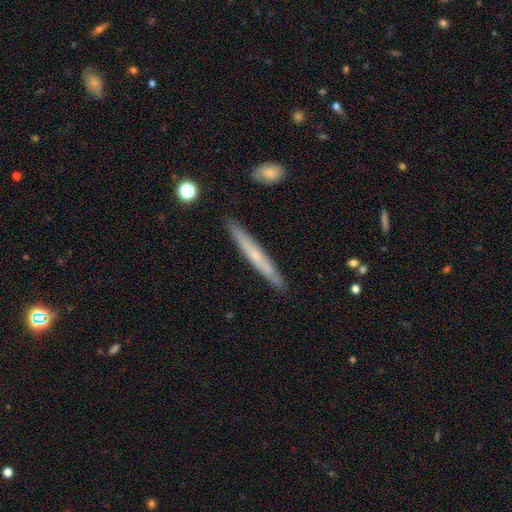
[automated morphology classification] featured or disk 49%, smooth 45%, star or artifact 6%. Down the decision tree: merging — none (89%).